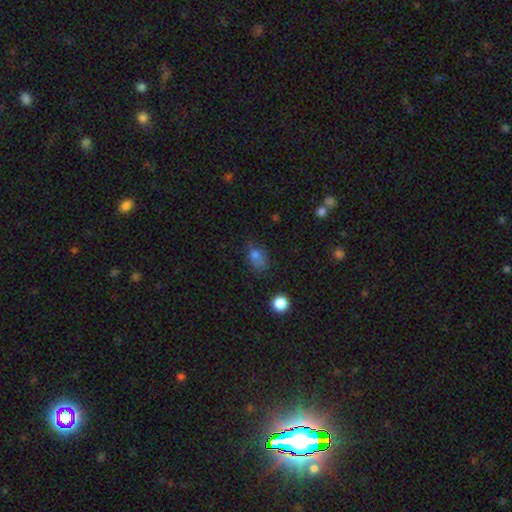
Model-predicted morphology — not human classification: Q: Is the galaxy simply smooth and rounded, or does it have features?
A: smooth — 72%.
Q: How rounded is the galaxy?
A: in between — 68%.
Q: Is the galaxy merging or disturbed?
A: none — 51%.